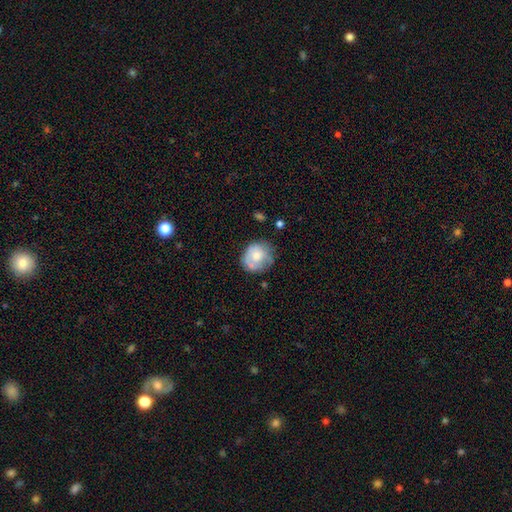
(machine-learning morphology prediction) A smooth galaxy with no disk features (62%) that is round (78%).

Vote fractions:
- Smooth or featured? smooth: 62% / featured or disk: 31% / star or artifact: 7%
- How rounded? round: 78% / in between: 21% / cigar-shaped: 1%
- Merging? none: 57% / minor disturbance: 28% / major disturbance: 12% / merger: 4%